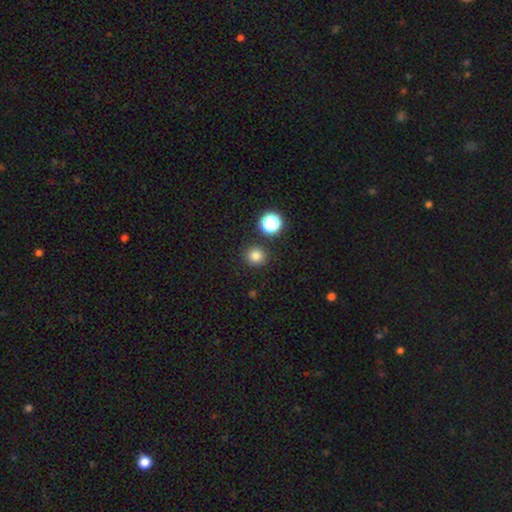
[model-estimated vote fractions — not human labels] Smooth or featured?
  - smooth: 81% *
  - star or artifact: 15%
  - featured or disk: 4%
How rounded?
  - round: 91% *
  - in between: 8%
  - cigar-shaped: 1%
Merging?
  - none: 88% *
  - minor disturbance: 6%
  - merger: 3%
  - major disturbance: 2%